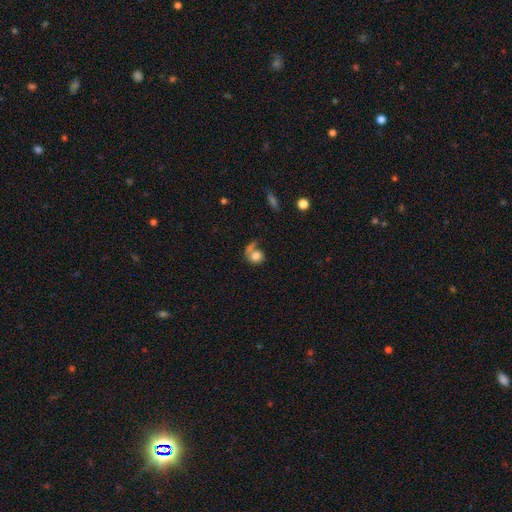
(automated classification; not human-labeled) Smooth or featured? smooth (65%)
How rounded? round (63%)
Merging? none (31%, tied with merger)